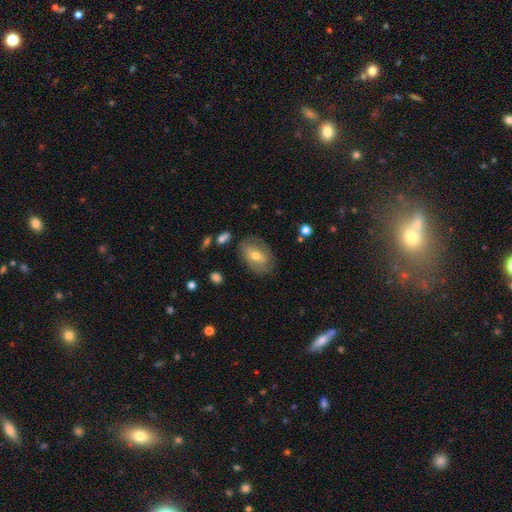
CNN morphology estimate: Overall: smooth (56%; featured or disk 37%). How rounded: in between (83%). Merging: none (75%).